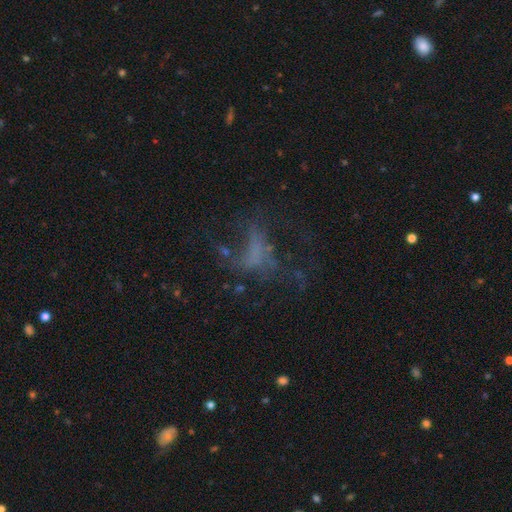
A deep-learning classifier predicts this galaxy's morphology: Smooth or featured: featured or disk — 47% (star or artifact — 29%)
Merging: major disturbance — 45% (none — 37%)